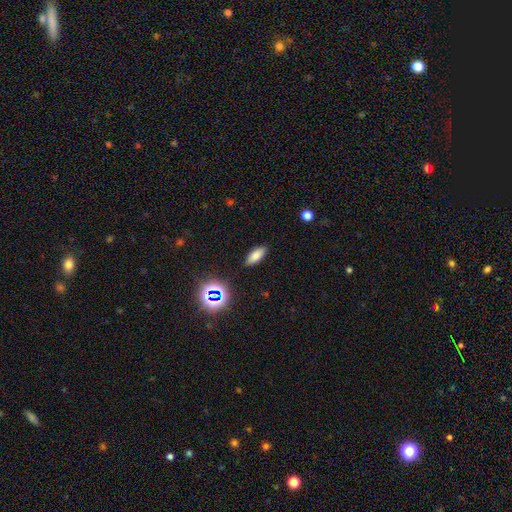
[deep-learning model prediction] Smooth or featured? smooth (76%)
How rounded? in between (74%)
Merging? none (87%)